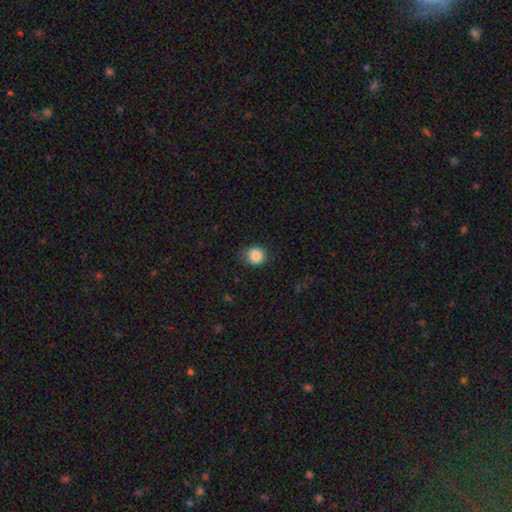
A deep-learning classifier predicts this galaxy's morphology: This is clearly a smooth galaxy (86%). How rounded: clearly round (85%). Merging: likely none (79%).